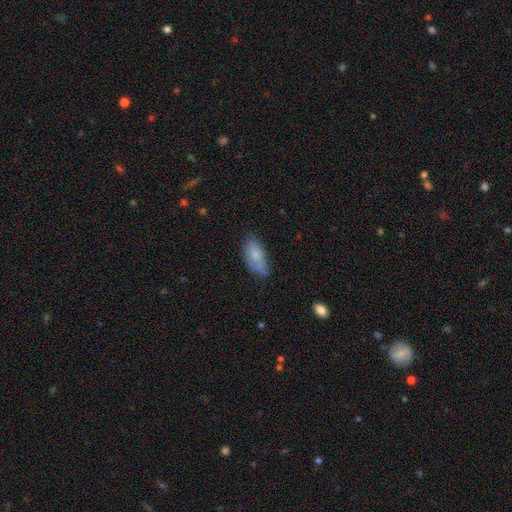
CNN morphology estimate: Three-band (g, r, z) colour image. It shows a smooth galaxy with no disk features (74%) that is in between round and cigar-shaped (87%). Merging: none (58%).